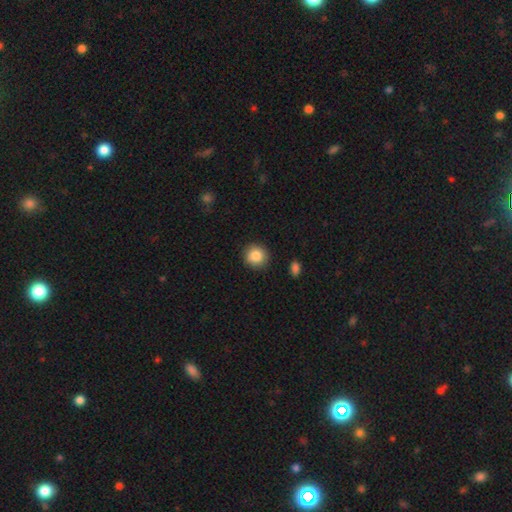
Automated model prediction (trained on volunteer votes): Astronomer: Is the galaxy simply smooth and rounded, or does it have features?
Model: smooth — 86%.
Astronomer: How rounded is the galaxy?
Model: round — 92%.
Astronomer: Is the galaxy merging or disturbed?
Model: none — 89%.